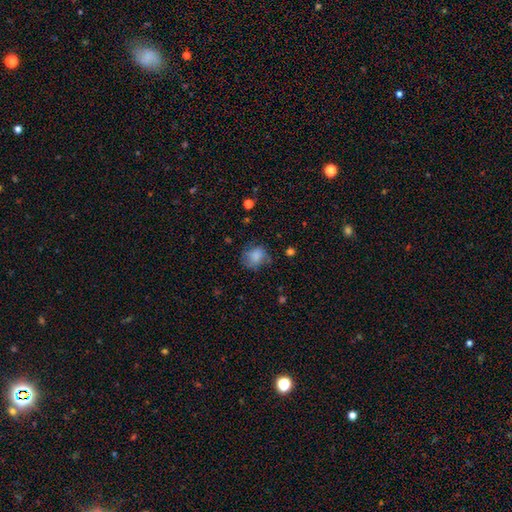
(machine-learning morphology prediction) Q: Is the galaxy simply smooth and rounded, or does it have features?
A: smooth — 72%.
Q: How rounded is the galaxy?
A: round — 62%.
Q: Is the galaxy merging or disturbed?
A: none — 56%.